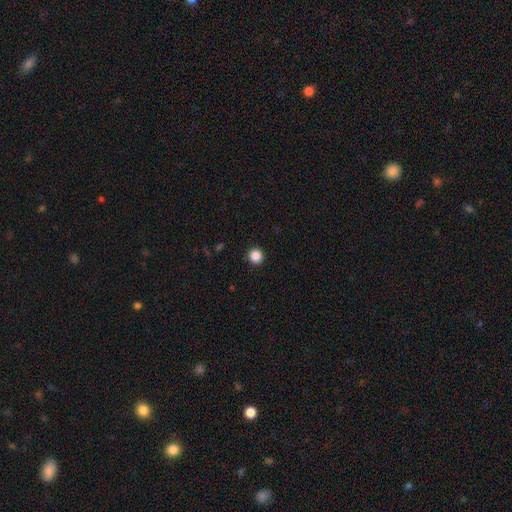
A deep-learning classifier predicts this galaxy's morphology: A smooth galaxy with no disk features (86%) that is round (95%). Merging: none (93%).